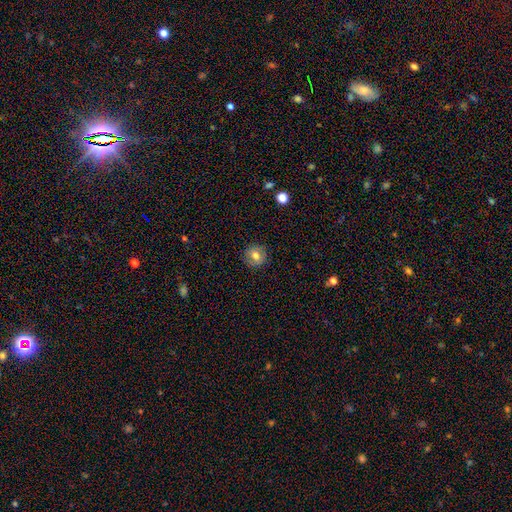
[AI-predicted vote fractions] A smooth galaxy with no disk features (73%) that is round (91%).

Vote fractions:
- Smooth or featured? smooth: 73% / featured or disk: 17% / star or artifact: 10%
- How rounded? round: 91% / in between: 8% / cigar-shaped: 1%
- Merging? none: 90% / minor disturbance: 7% / major disturbance: 2% / merger: 1%